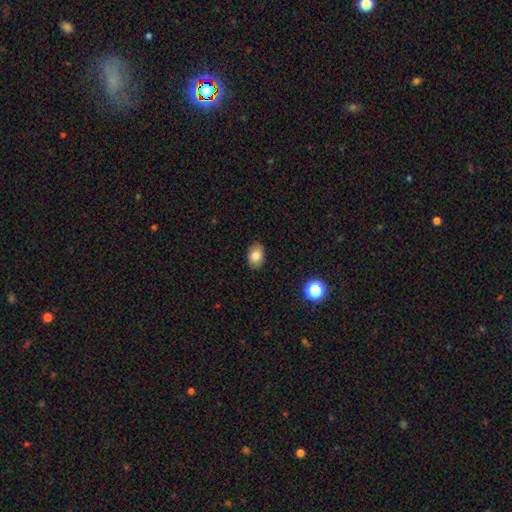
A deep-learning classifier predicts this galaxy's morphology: Q: Smooth or featured?
A: smooth (81%); runner-up: featured or disk (10%)
Q: How rounded?
A: in between (80%); runner-up: round (19%)
Q: Merging?
A: none (87%); runner-up: minor disturbance (10%)